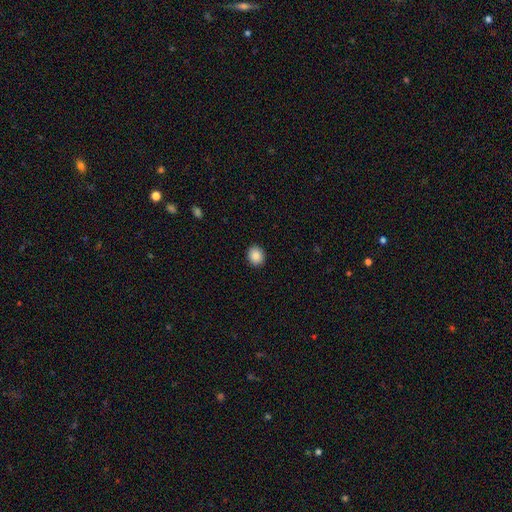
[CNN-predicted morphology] smooth-or-featured: smooth: 88% | star or artifact: 8% | featured or disk: 4%
  how-rounded: round: 67% | in between: 32% | cigar-shaped: 1%
  merging: none: 91% | minor disturbance: 6% | major disturbance: 2% | merger: 1%